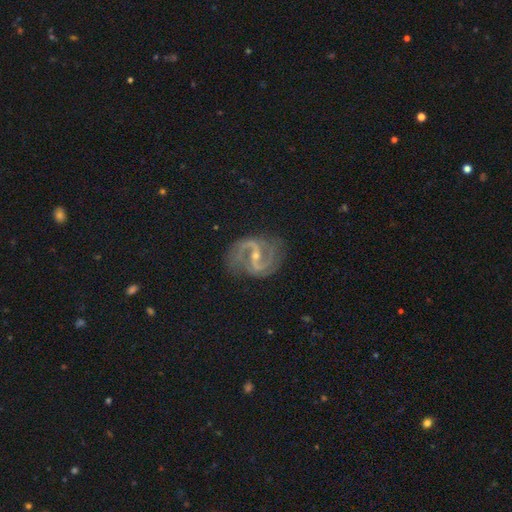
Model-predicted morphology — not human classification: smooth_or_featured: featured or disk (p=0.90) [alt: star or artifact p=0.06]
disk_edge_on: no (p=0.97) [alt: yes p=0.03]
bar: strong (p=0.45) [alt: weak p=0.42]
has_spiral_arms: yes (p=0.97) [alt: no p=0.03]
spiral_winding: medium (p=0.58) [alt: loose p=0.24]
spiral_arm_count: 2 (p=0.92) [alt: can't tell p=0.02]
bulge_size: small (p=0.64) [alt: moderate p=0.32]
merging: none (p=0.77) [alt: minor disturbance p=0.15]